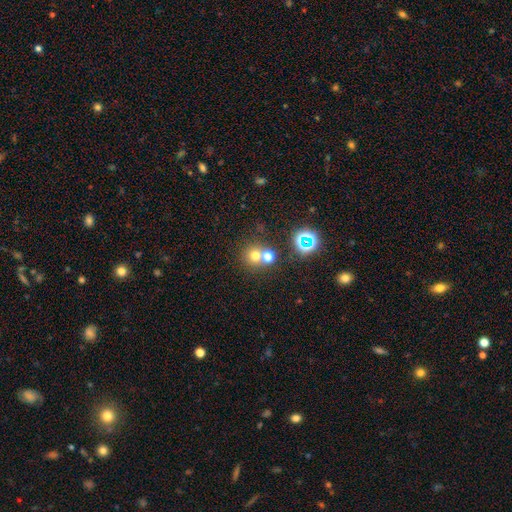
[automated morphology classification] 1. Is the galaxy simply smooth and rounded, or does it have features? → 67% smooth, 23% star or artifact, 11% featured or disk.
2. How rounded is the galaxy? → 90% round, 9% in between, 1% cigar-shaped.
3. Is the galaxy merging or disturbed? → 57% none, 34% merger, 6% minor disturbance, 3% major disturbance.